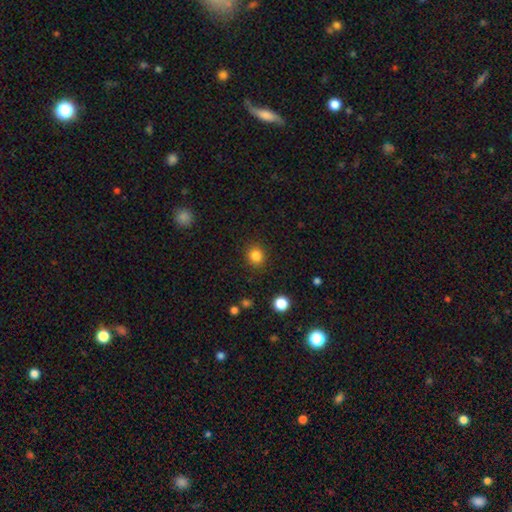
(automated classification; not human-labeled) Smooth or featured?
  - smooth: 84% *
  - star or artifact: 12%
  - featured or disk: 4%
How rounded?
  - round: 87% *
  - in between: 12%
  - cigar-shaped: 1%
Merging?
  - none: 89% *
  - minor disturbance: 7%
  - major disturbance: 3%
  - merger: 1%